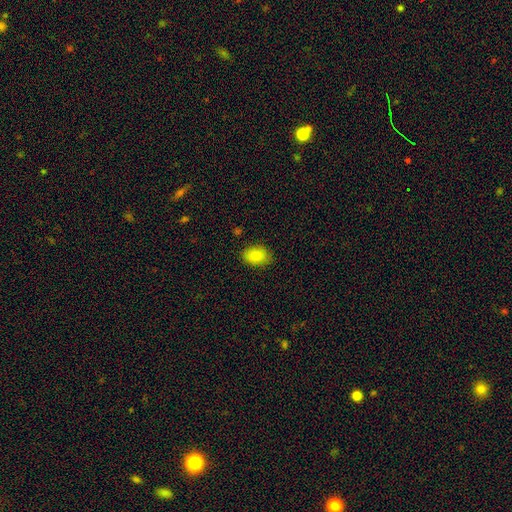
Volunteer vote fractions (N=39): Smooth or featured: smooth — 90% (star or artifact — 8%)
How rounded: in between — 77% (round — 23%)
Merging: none — 86% (minor disturbance — 14%)